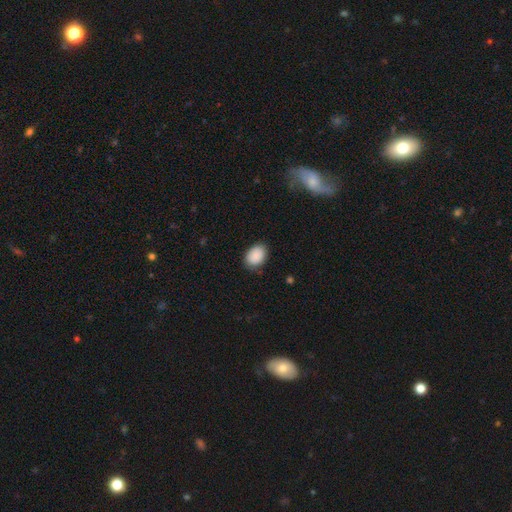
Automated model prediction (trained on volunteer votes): This is clearly a smooth galaxy (90%). How rounded: likely in between (75%). Merging: clearly none (81%).